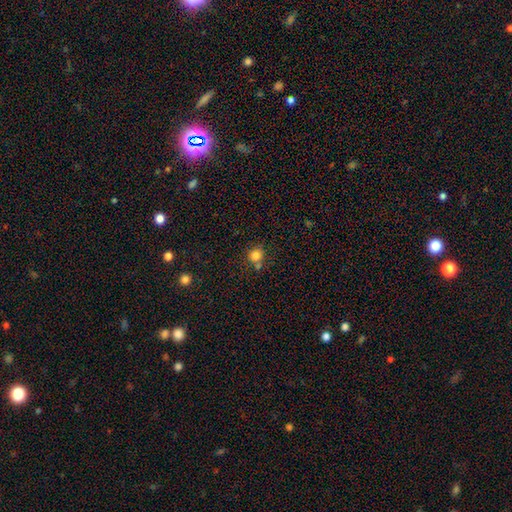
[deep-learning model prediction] Smooth or featured?
  - smooth: 81% *
  - star or artifact: 13%
  - featured or disk: 6%
How rounded?
  - round: 90% *
  - in between: 9%
  - cigar-shaped: 1%
Merging?
  - none: 66% *
  - merger: 21%
  - minor disturbance: 10%
  - major disturbance: 3%